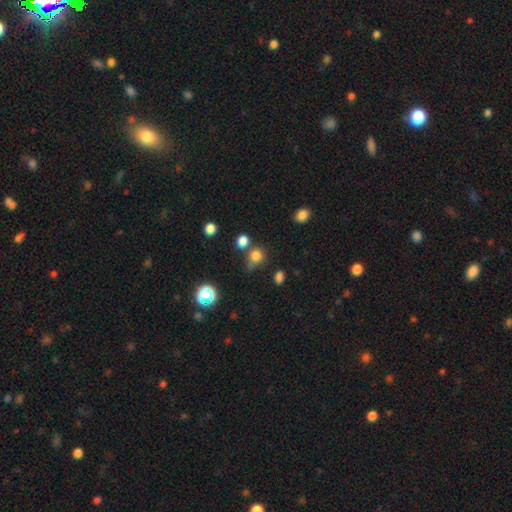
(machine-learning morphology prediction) The model was most divided on "merging": none: 62%, minor disturbance: 17%, merger: 15%, major disturbance: 7%. More confident: how rounded — round (87%); smooth or featured — smooth (78%).